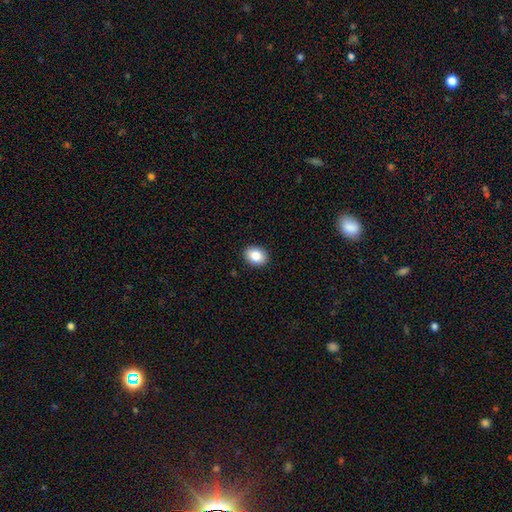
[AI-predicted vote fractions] The model was most divided on "how rounded": in between: 69%, round: 30%, cigar-shaped: 1%. More confident: merging — none (91%); smooth or featured — smooth (86%).